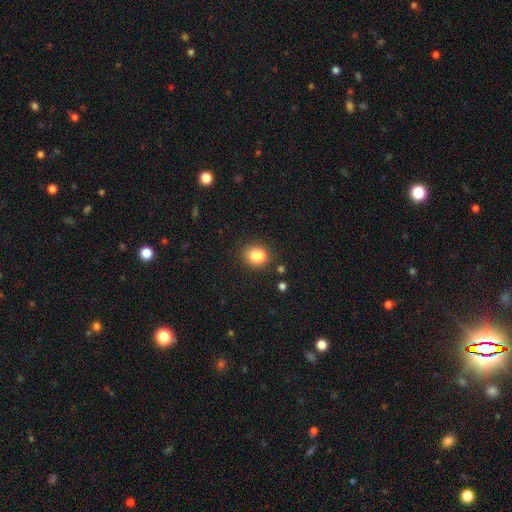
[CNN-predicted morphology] smooth 81%, star or artifact 11%, featured or disk 8%. Down the decision tree: how rounded — round (56%); merging — none (66%).